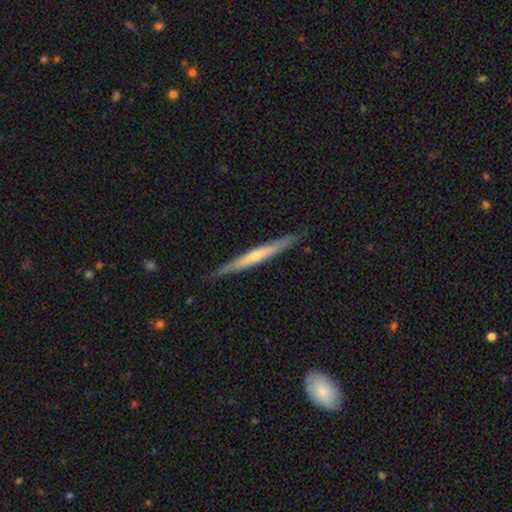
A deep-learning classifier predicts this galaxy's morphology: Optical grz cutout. It shows a featured or disk galaxy (56%) viewed edge-on (96%) with no central bulge (50%). Merging: none (87%).